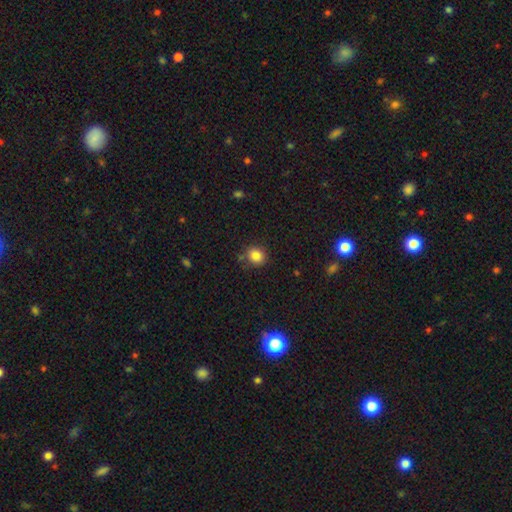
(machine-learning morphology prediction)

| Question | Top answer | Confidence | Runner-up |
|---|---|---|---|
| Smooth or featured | smooth | 84% | star or artifact (11%) |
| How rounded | round | 81% | in between (18%) |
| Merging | none | 80% | minor disturbance (12%) |